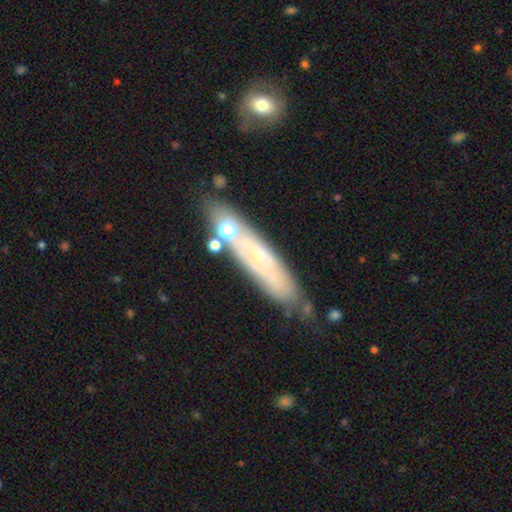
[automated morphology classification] A featured or disk galaxy (55%). Merging: none (69%).